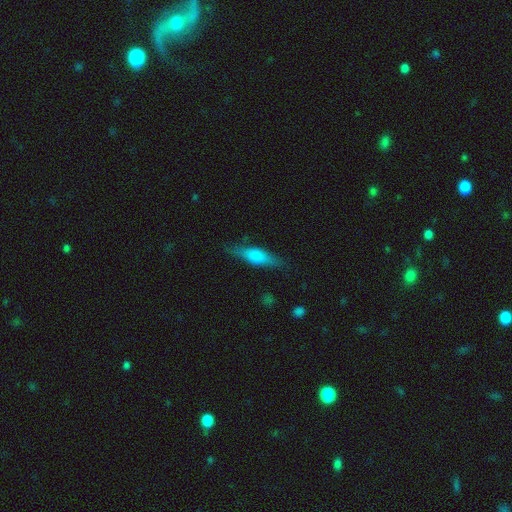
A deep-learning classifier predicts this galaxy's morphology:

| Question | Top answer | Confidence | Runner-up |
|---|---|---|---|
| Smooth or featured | smooth | 48% | featured or disk (45%) |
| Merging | none | 82% | minor disturbance (14%) |